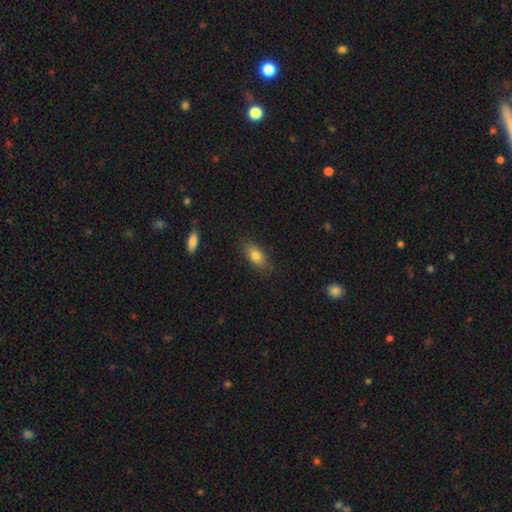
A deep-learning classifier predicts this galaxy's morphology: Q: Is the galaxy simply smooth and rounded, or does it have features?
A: smooth — 80%.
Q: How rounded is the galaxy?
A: in between — 85%.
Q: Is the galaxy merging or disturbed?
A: none — 83%.